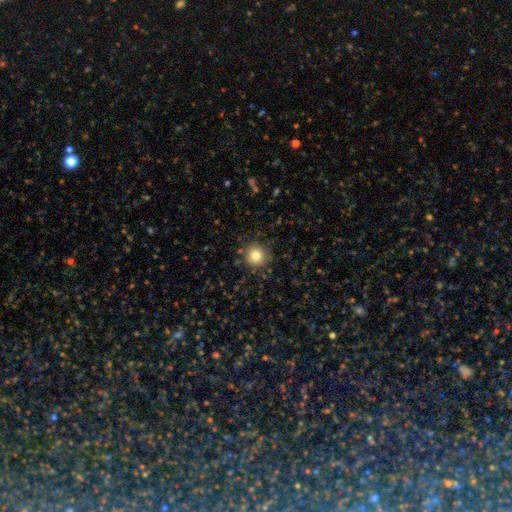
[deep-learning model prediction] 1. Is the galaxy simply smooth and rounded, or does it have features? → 81% smooth, 12% star or artifact, 7% featured or disk.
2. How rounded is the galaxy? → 94% round, 5% in between, 1% cigar-shaped.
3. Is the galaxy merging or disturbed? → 88% none, 8% minor disturbance, 3% major disturbance, 2% merger.